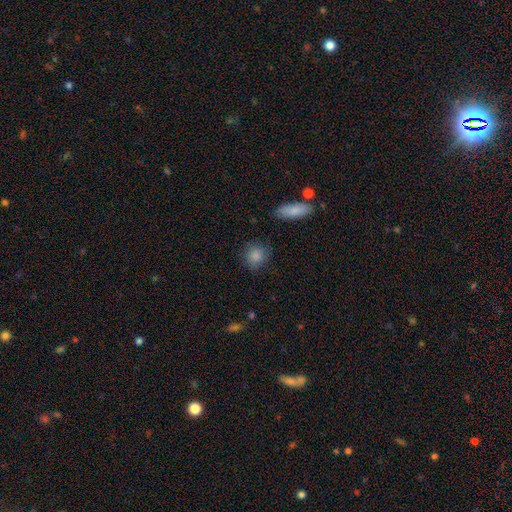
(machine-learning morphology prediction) type=smooth (85%); roundness=round (79%); merging=none (78%).